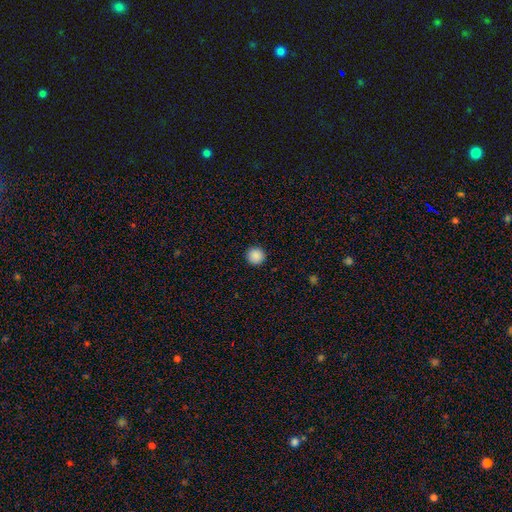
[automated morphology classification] Smooth or featured: smooth — 89% (star or artifact — 9%)
How rounded: round — 96% (in between — 3%)
Merging: none — 93% (minor disturbance — 4%)